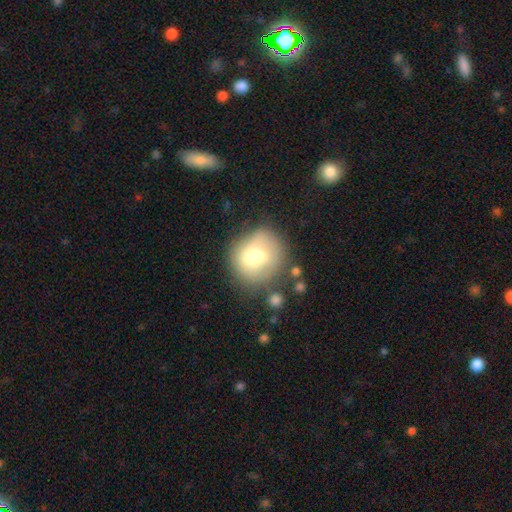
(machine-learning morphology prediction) smooth-or-featured: smooth: 63% | featured or disk: 27% | star or artifact: 10%
  how-rounded: round: 83% | in between: 16% | cigar-shaped: 1%
  merging: none: 46% | merger: 27% | minor disturbance: 17% | major disturbance: 10%